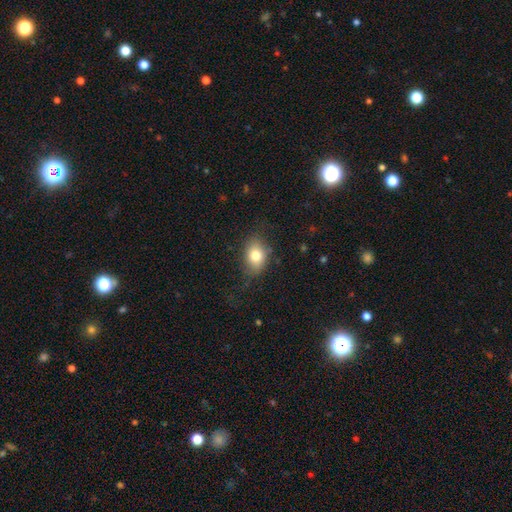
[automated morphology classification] A smooth galaxy with no disk features (78%) that is in between round and cigar-shaped (77%). Merging: none (71%).